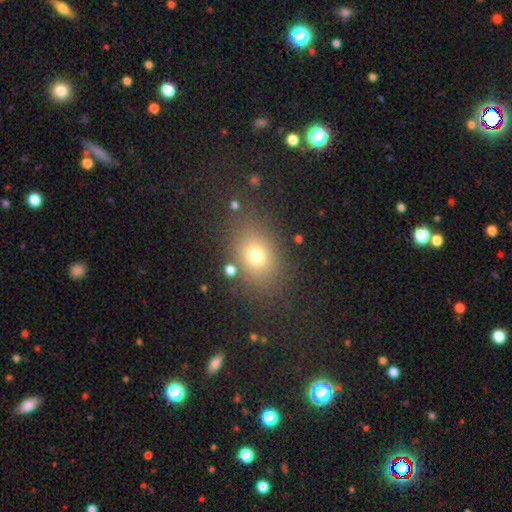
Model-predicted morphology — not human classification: Smooth or featured: smooth — 72% (star or artifact — 17%)
How rounded: in between — 61% (round — 37%)
Merging: none — 76% (minor disturbance — 12%)